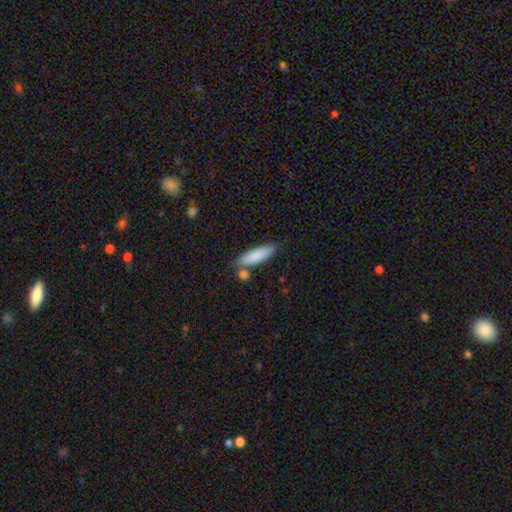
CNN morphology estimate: smooth-or-featured: smooth: 84% | featured or disk: 10% | star or artifact: 6%
  how-rounded: cigar-shaped: 58% | in between: 40% | round: 2%
  merging: none: 69% | minor disturbance: 14% | merger: 14% | major disturbance: 3%